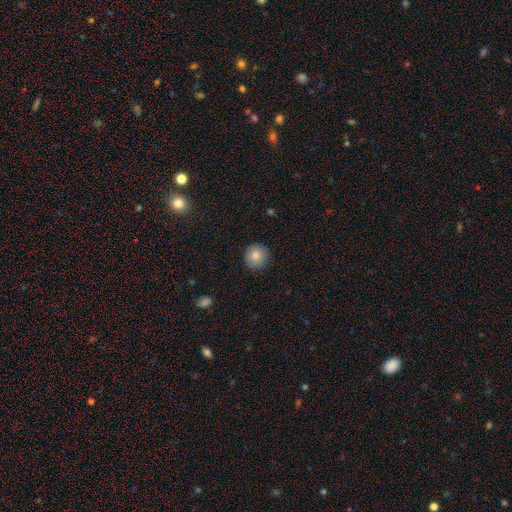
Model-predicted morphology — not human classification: Smooth or featured?
  - smooth: 82% *
  - featured or disk: 9%
  - star or artifact: 9%
How rounded?
  - round: 94% *
  - in between: 5%
  - cigar-shaped: 1%
Merging?
  - none: 90% *
  - minor disturbance: 7%
  - major disturbance: 2%
  - merger: 1%